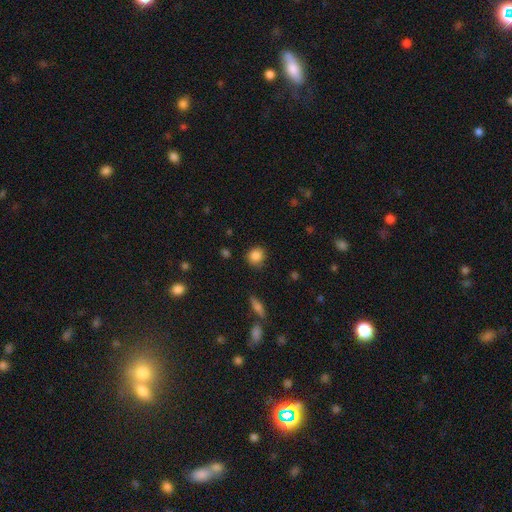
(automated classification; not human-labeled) Smooth or featured?
  - smooth: 86% *
  - star or artifact: 9%
  - featured or disk: 5%
How rounded?
  - round: 86% *
  - in between: 13%
  - cigar-shaped: 1%
Merging?
  - none: 85% *
  - minor disturbance: 11%
  - major disturbance: 3%
  - merger: 2%